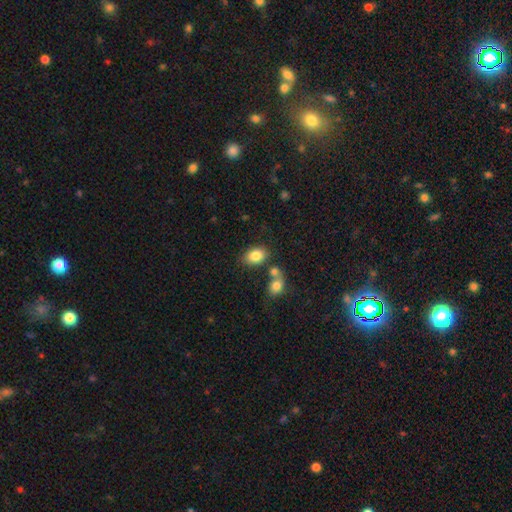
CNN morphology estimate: Smooth or featured: smooth — 83% (star or artifact — 9%)
How rounded: in between — 78% (round — 21%)
Merging: none — 67% (merger — 17%)